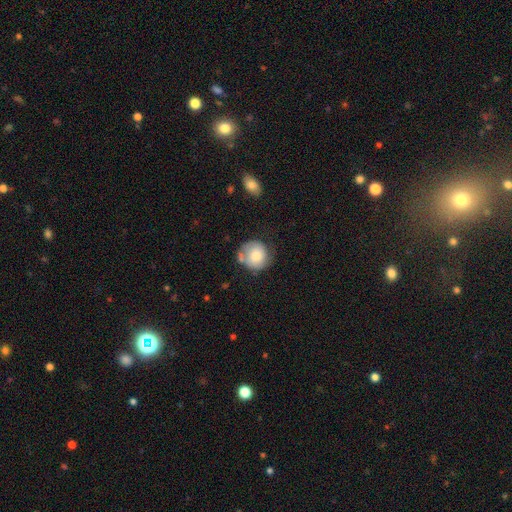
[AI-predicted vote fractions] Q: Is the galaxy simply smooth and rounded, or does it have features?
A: smooth — 68%.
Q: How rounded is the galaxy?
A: round — 88%.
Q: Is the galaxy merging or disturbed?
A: none — 57%.